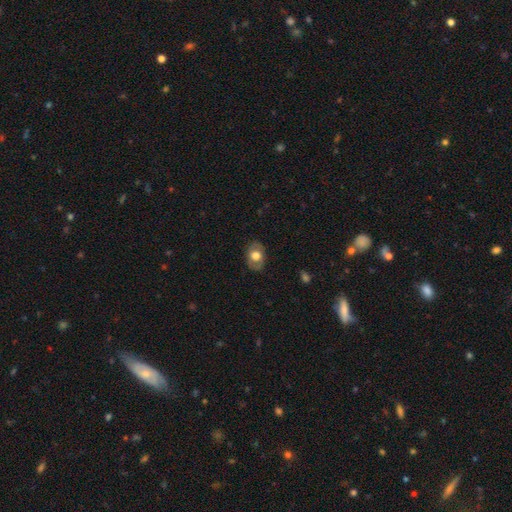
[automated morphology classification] The model was most divided on "smooth or featured": smooth: 59%, featured or disk: 33%, star or artifact: 7%. More confident: merging — none (81%); how rounded — in between (74%).